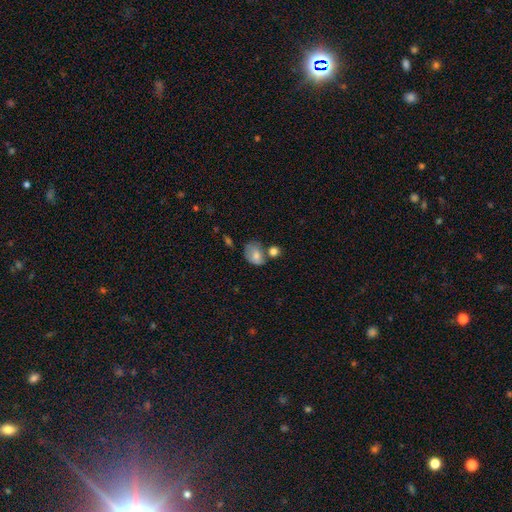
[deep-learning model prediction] A smooth galaxy with no disk features (74%) that is in between round and cigar-shaped (66%).

Vote fractions:
- Smooth or featured? smooth: 74% / featured or disk: 17% / star or artifact: 8%
- How rounded? in between: 66% / round: 33% / cigar-shaped: 1%
- Merging? none: 38% / minor disturbance: 27% / merger: 22% / major disturbance: 12%